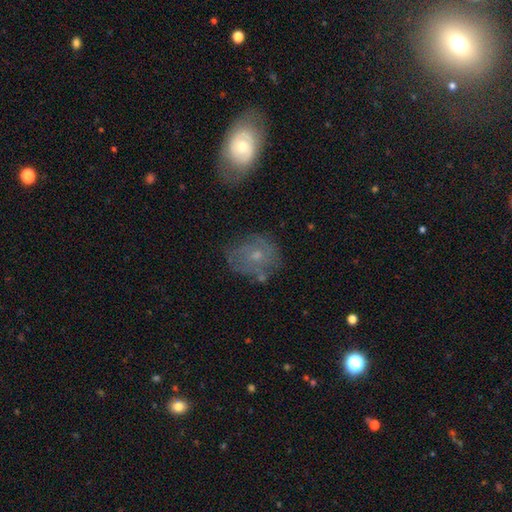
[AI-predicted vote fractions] Overall: featured or disk (49%; smooth 39%). Merging: none (58%; minor disturbance 23%).